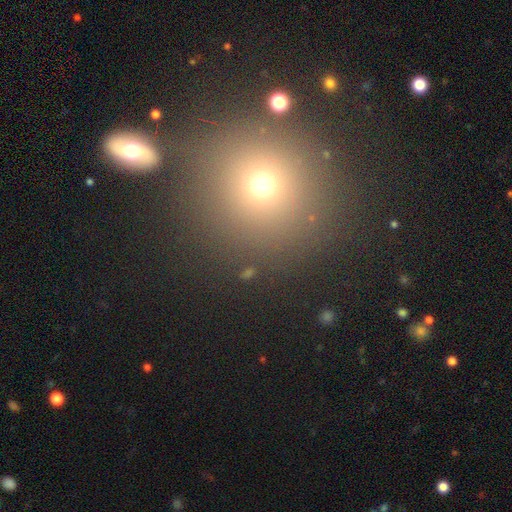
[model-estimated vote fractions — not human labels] The model was most divided on "smooth or featured": smooth: 61%, star or artifact: 29%, featured or disk: 10%. More confident: how rounded — round (94%); merging — none (85%).